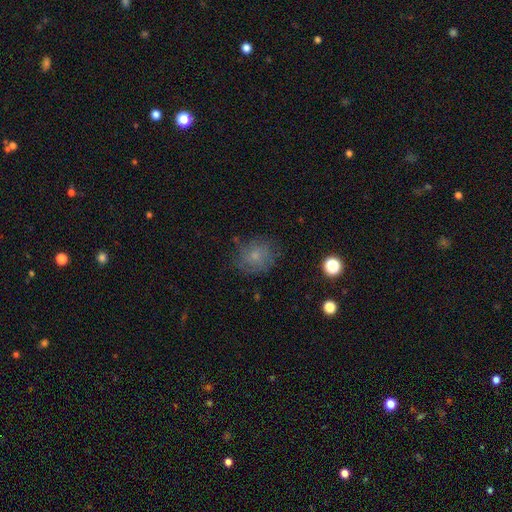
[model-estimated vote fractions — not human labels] Smooth or featured? Predicted: smooth (p=0.57). How rounded? Predicted: round (p=0.69). Merging? Predicted: none (p=0.69).